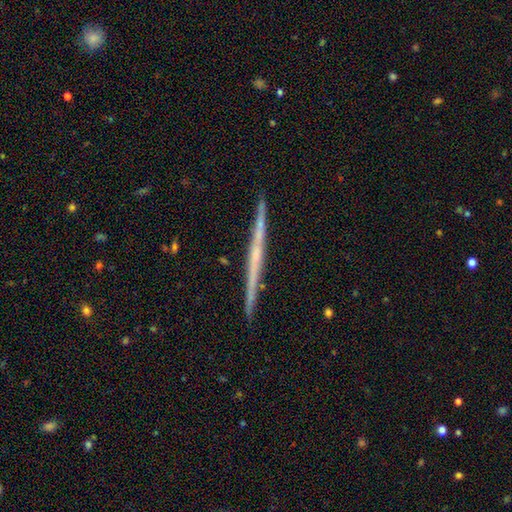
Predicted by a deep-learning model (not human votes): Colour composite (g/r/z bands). It shows a featured or disk galaxy (70%) viewed edge-on (98%) with no central bulge (71%). Merging: none (92%).